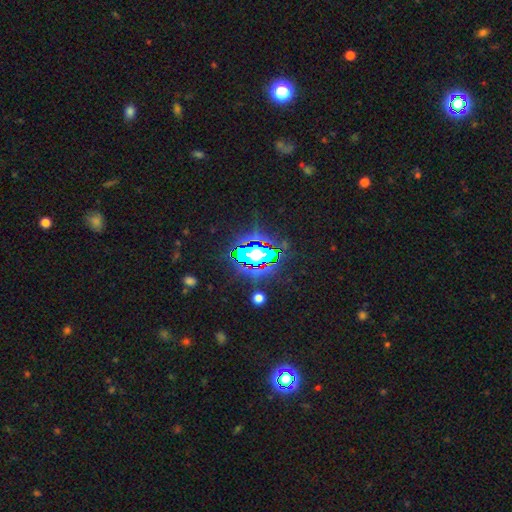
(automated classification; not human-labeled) Morphology: type=star or artifact (79%).